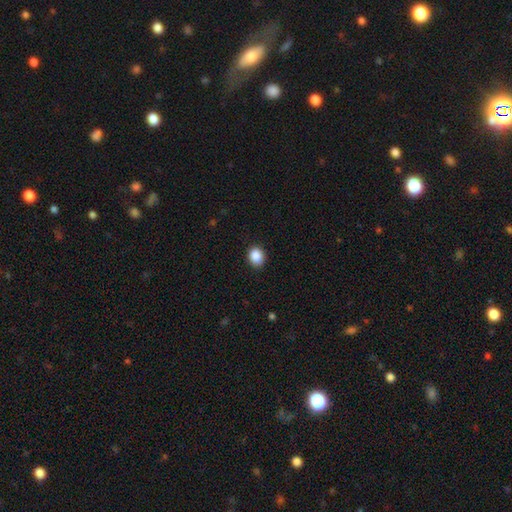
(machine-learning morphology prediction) Smooth or featured? smooth (87%)
How rounded? round (62%)
Merging? none (88%)